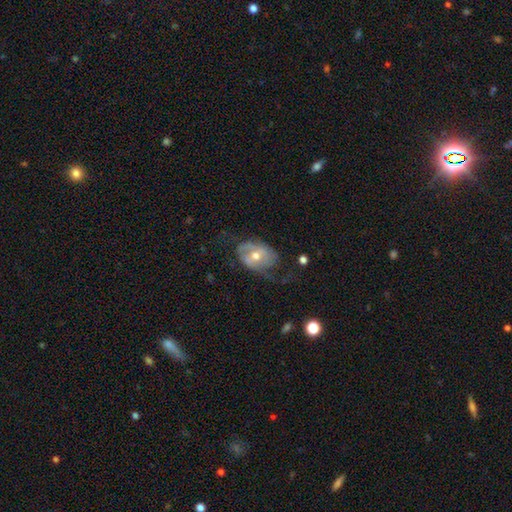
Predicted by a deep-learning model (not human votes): Morphology: type=featured or disk (61%); edge-on=no (94%); bar=no (57%); spiral arms=yes (68%); bulge=moderate (71%); merging=none (43%).